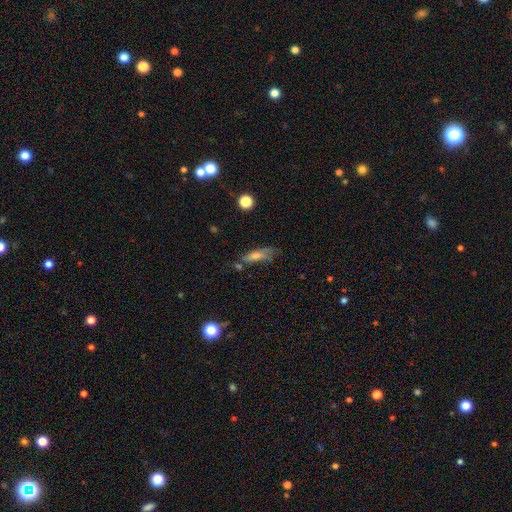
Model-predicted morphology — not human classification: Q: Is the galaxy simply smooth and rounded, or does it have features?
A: smooth — 59%.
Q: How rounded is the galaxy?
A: cigar-shaped — 51%.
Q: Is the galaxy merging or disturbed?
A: none — 53%.